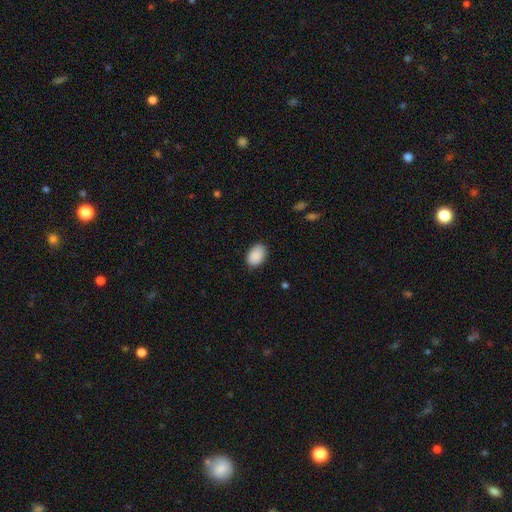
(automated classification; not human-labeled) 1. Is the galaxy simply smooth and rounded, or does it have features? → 91% smooth, 6% star or artifact, 3% featured or disk.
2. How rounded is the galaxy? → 88% in between, 11% round, 1% cigar-shaped.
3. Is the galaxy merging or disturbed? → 86% none, 10% minor disturbance, 2% major disturbance, 1% merger.